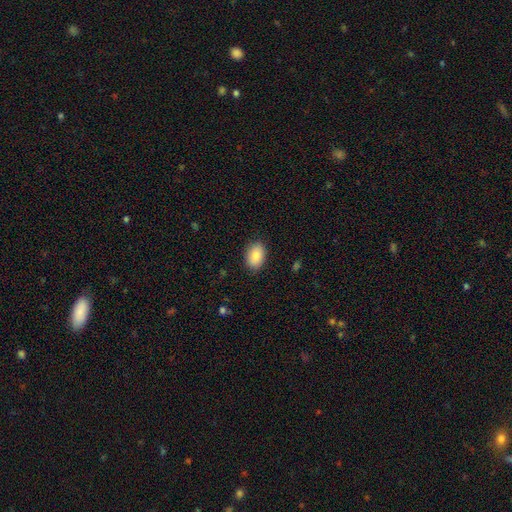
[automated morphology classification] smooth-or-featured: smooth: 85% | featured or disk: 8% | star or artifact: 7%
  how-rounded: in between: 85% | round: 14% | cigar-shaped: 1%
  merging: none: 87% | minor disturbance: 10% | major disturbance: 2% | merger: 1%